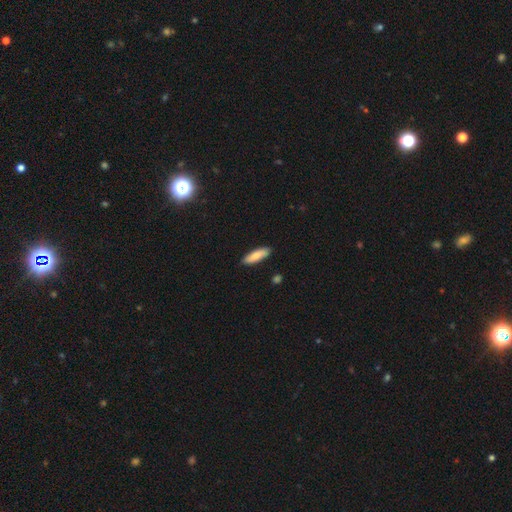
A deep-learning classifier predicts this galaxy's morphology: Smooth or featured?
  - smooth: 82% *
  - featured or disk: 12%
  - star or artifact: 6%
How rounded?
  - cigar-shaped: 57% *
  - in between: 41%
  - round: 2%
Merging?
  - none: 88% *
  - minor disturbance: 9%
  - major disturbance: 2%
  - merger: 1%